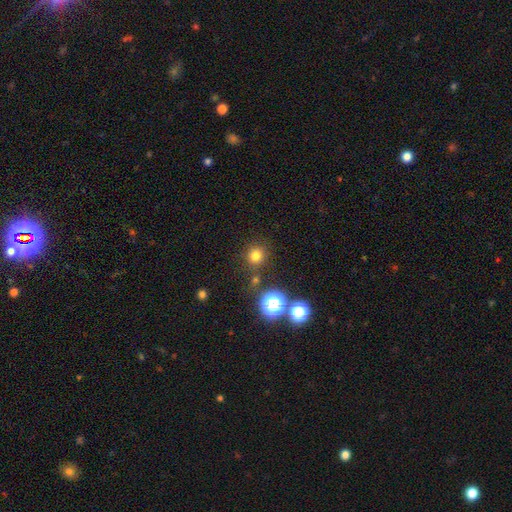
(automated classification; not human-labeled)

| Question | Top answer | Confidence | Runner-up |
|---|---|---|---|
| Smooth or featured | smooth | 75% | star or artifact (20%) |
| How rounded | round | 93% | in between (6%) |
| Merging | none | 83% | minor disturbance (8%) |